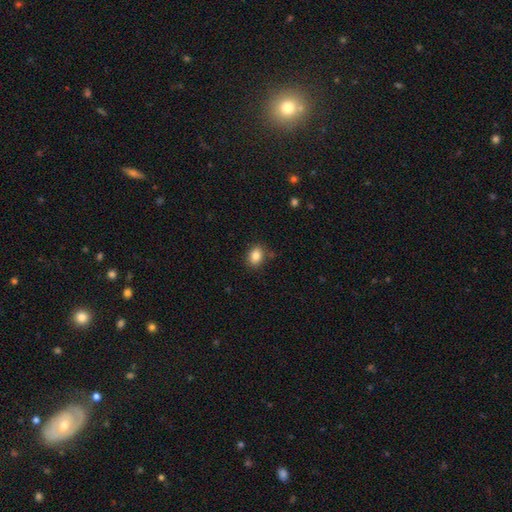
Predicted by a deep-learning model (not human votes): smooth_or_featured: smooth (p=0.85) [alt: star or artifact p=0.09]
how_rounded: in between (p=0.66) [alt: round p=0.33]
merging: none (p=0.84) [alt: minor disturbance p=0.11]